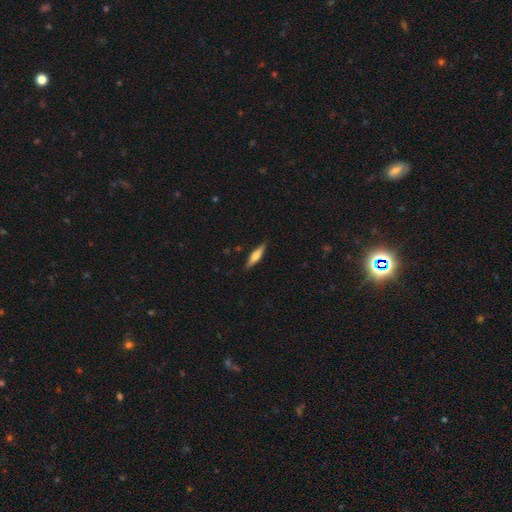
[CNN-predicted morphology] Q: Smooth or featured?
A: smooth (54%); runner-up: featured or disk (40%)
Q: How rounded?
A: cigar-shaped (78%); runner-up: in between (20%)
Q: Merging?
A: none (88%); runner-up: minor disturbance (9%)